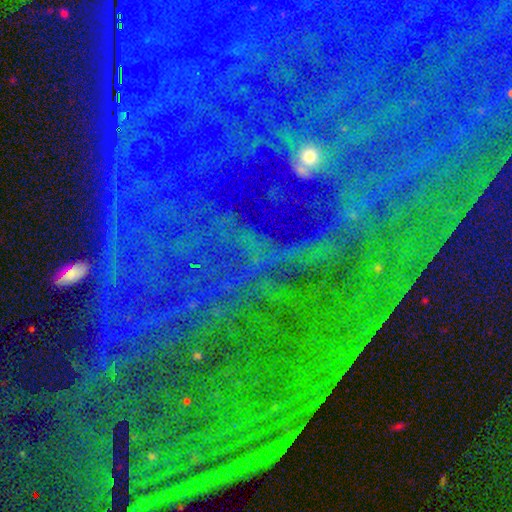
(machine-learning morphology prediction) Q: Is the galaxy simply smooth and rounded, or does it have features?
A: star or artifact — 84%.